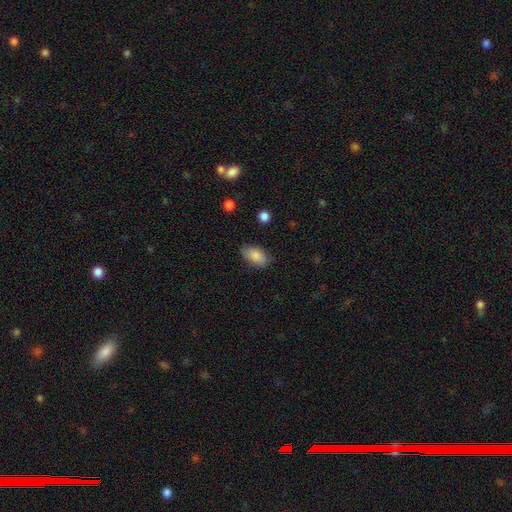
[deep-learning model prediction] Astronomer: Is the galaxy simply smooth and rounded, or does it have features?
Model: smooth — 86%.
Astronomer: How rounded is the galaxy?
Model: in between — 92%.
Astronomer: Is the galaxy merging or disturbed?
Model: none — 79%.